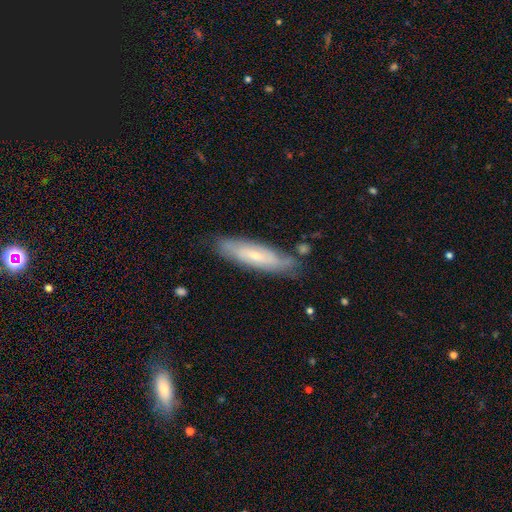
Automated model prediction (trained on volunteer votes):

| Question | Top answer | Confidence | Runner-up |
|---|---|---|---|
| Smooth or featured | featured or disk | 53% | smooth (41%) |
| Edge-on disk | no | 61% | yes (39%) |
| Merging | none | 74% | minor disturbance (18%) |